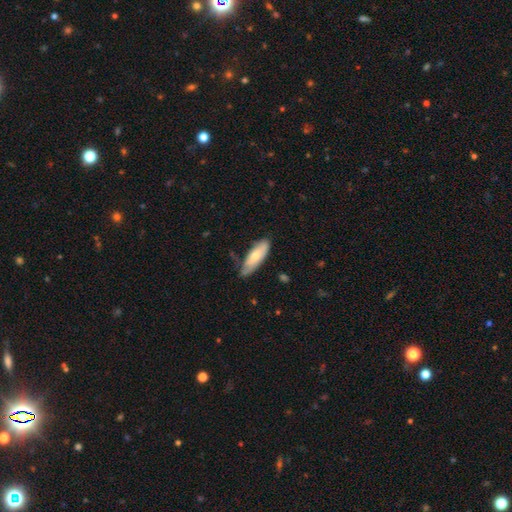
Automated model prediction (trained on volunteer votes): Smooth or featured? smooth (62%)
How rounded? in between (66%)
Merging? none (59%)